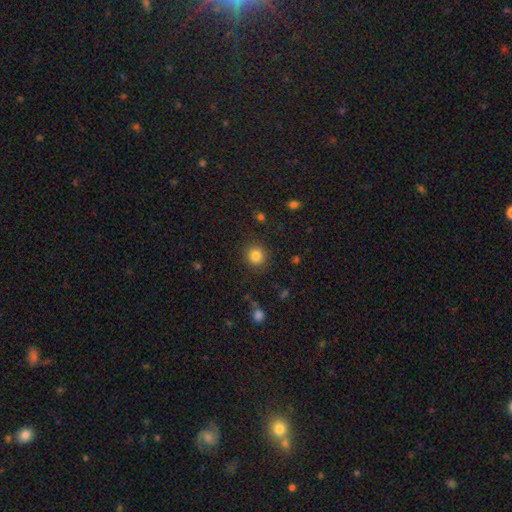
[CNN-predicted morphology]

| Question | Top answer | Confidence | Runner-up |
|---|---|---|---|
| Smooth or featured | smooth | 84% | star or artifact (12%) |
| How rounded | round | 90% | in between (9%) |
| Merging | none | 89% | minor disturbance (7%) |